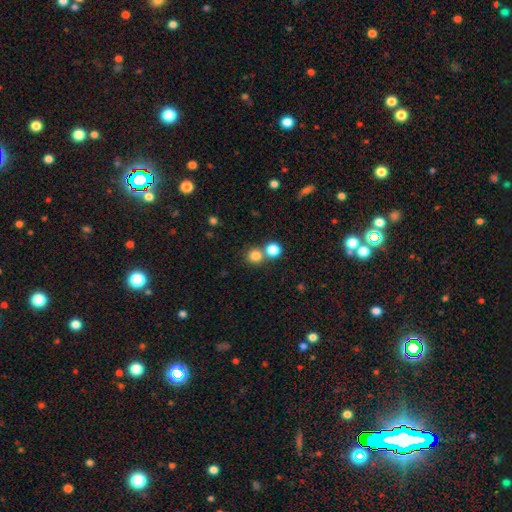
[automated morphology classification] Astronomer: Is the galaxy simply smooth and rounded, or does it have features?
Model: smooth — 80%.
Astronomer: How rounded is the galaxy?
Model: round — 90%.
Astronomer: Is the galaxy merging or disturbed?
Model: none — 64%.